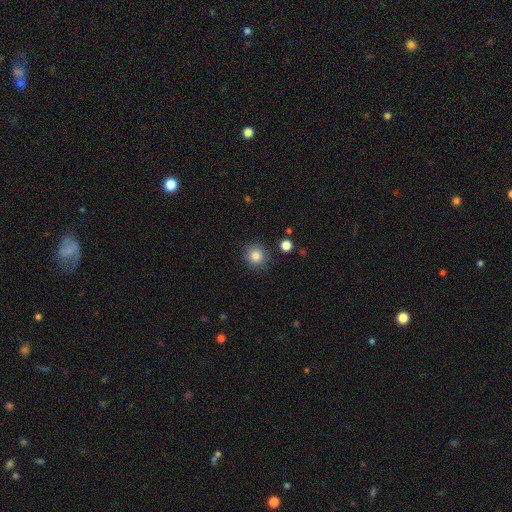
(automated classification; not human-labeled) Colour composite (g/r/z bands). It shows a smooth galaxy with no disk features (85%) that is round (91%). Merging: none (87%).